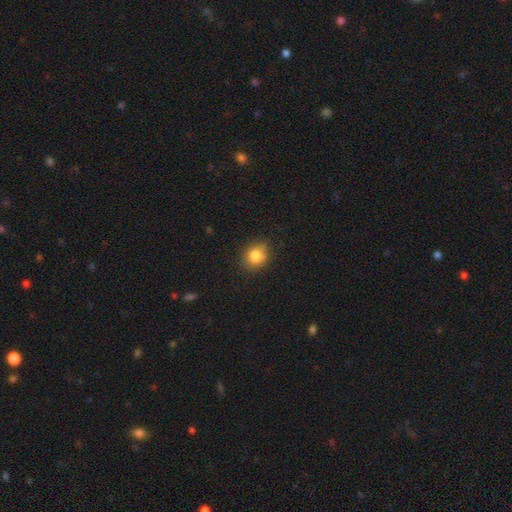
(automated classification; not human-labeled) Q: Smooth or featured?
A: smooth (82%); runner-up: star or artifact (10%)
Q: How rounded?
A: round (62%); runner-up: in between (37%)
Q: Merging?
A: none (78%); runner-up: minor disturbance (16%)